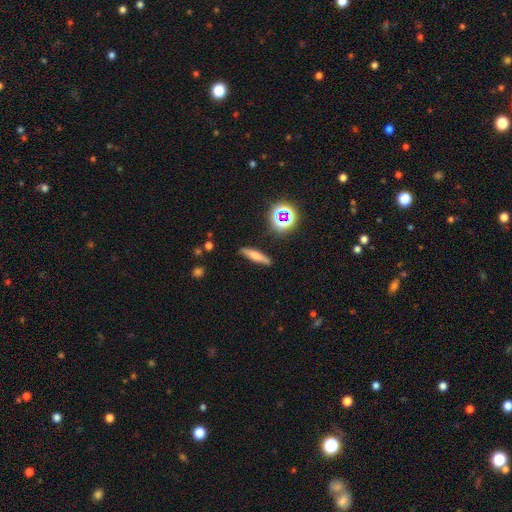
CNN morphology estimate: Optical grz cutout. It shows a smooth galaxy with no disk features (64%) that is cigar-shaped (78%). Merging: none (86%).